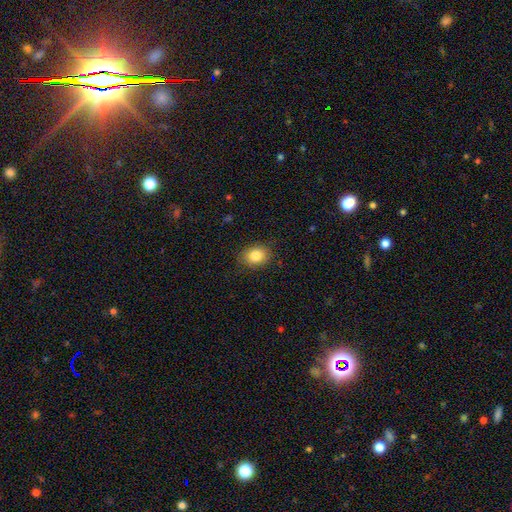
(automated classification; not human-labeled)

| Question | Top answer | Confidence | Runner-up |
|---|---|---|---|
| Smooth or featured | smooth | 83% | star or artifact (9%) |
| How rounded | in between | 65% | round (34%) |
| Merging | none | 84% | minor disturbance (12%) |